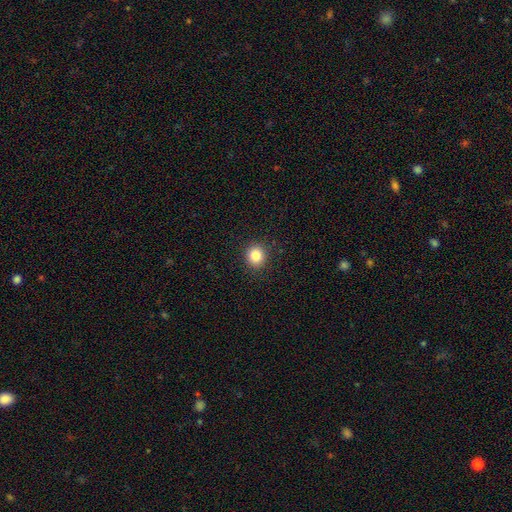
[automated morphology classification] The model was most divided on "smooth or featured": smooth: 85%, star or artifact: 11%, featured or disk: 5%. More confident: merging — none (91%); how rounded — round (87%).